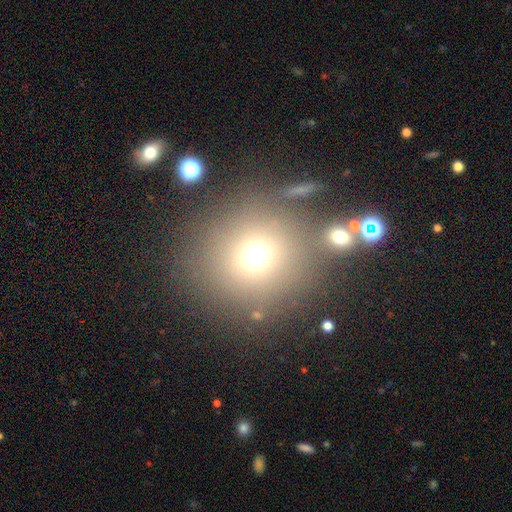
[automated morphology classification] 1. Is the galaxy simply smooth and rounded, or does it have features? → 67% smooth, 22% star or artifact, 11% featured or disk.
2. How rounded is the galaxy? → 92% round, 7% in between, 1% cigar-shaped.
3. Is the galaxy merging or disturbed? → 69% none, 16% merger, 9% minor disturbance, 6% major disturbance.